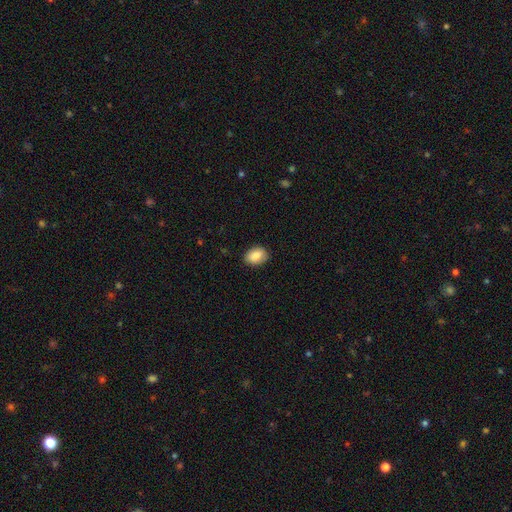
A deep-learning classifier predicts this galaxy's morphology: smooth 88%, star or artifact 7%, featured or disk 5%. Down the decision tree: how rounded — in between (78%); merging — none (86%).